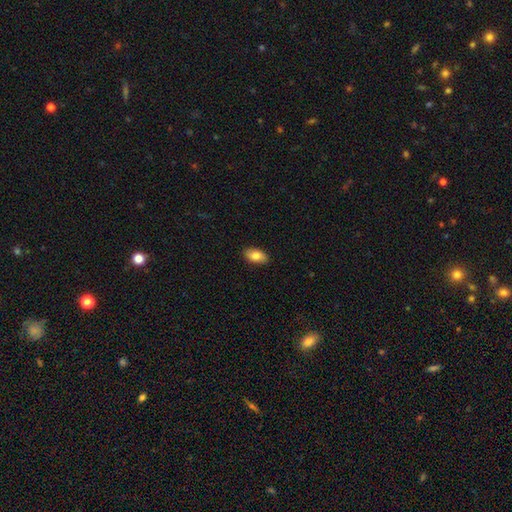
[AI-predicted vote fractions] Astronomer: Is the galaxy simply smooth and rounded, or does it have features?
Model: smooth — 83%.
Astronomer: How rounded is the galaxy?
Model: in between — 93%.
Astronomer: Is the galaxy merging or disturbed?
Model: none — 89%.